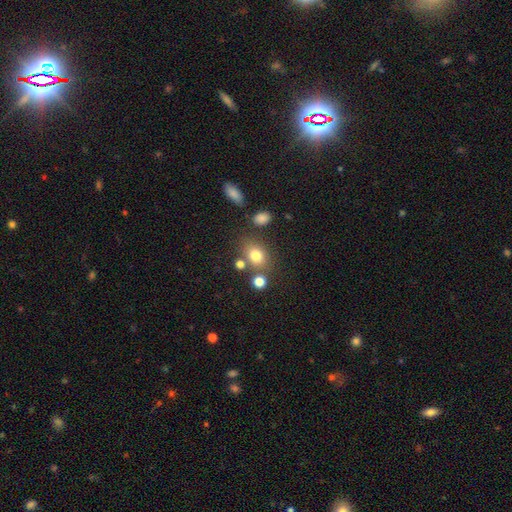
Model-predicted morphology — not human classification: Q: Smooth or featured?
A: smooth (77%); runner-up: star or artifact (13%)
Q: How rounded?
A: in between (52%); runner-up: round (47%)
Q: Merging?
A: none (68%); runner-up: minor disturbance (14%)